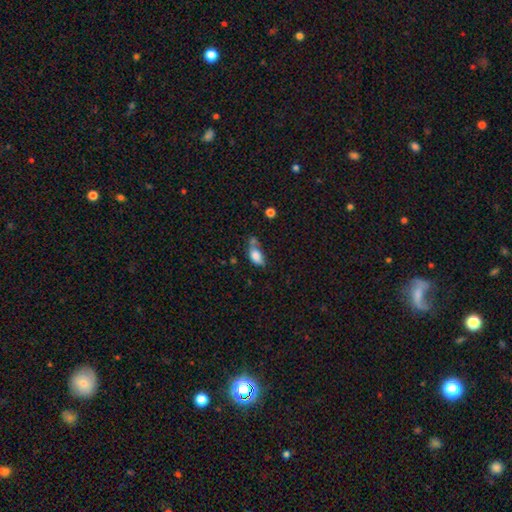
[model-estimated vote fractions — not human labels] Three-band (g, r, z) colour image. It shows a smooth galaxy with no disk features (77%) that is in between round and cigar-shaped (85%). Merging: none (33%).